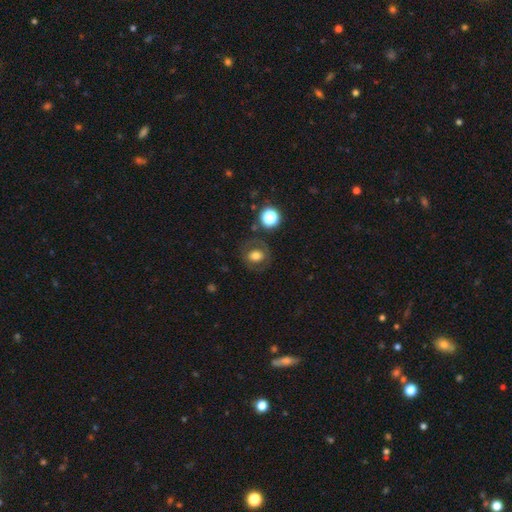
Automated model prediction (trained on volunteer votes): Smooth or featured? smooth (60%)
How rounded? round (70%)
Merging? none (76%)